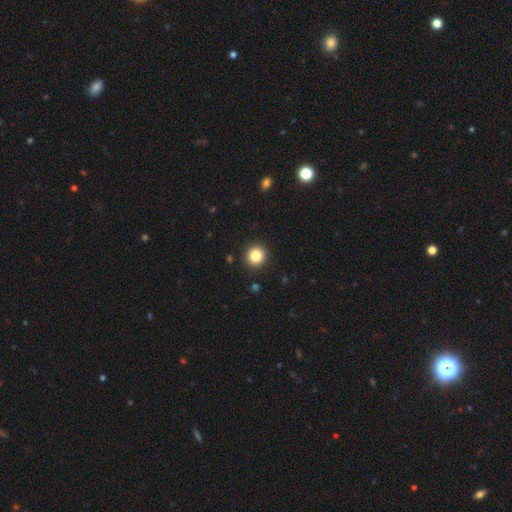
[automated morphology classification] Smooth or featured? smooth (85%)
How rounded? round (94%)
Merging? none (92%)